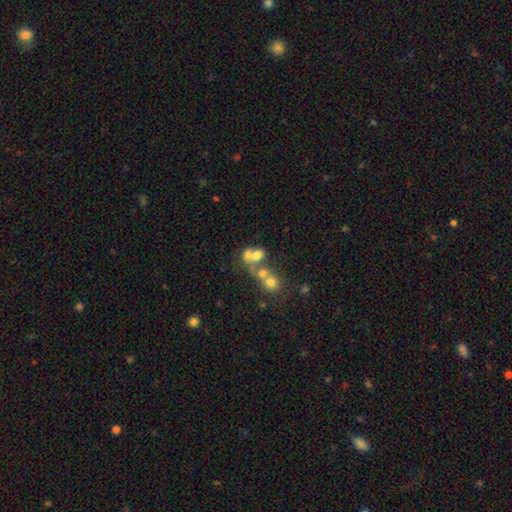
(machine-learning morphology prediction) Smooth or featured? Predicted: smooth (p=0.56). How rounded? Predicted: round (p=0.55). Merging? Predicted: merger (p=0.58).